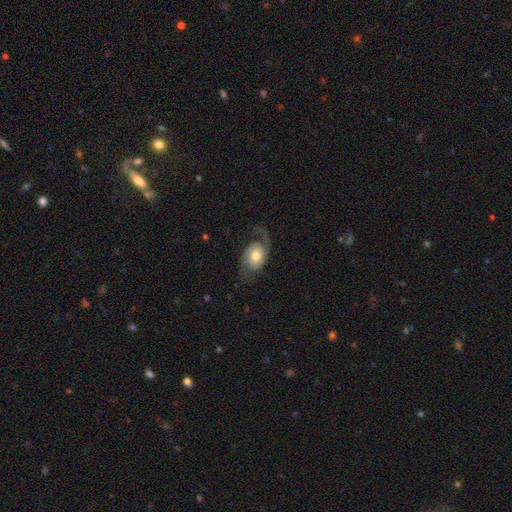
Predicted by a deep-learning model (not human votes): featured or disk 74%, smooth 20%, star or artifact 6%. Down the decision tree: edge-on disk — no (96%); bar — no (70%); spiral arms — yes (93%); spiral arm count — 2 (82%); spiral winding — loose (51%); bulge size — moderate (60%); merging — none (62%).